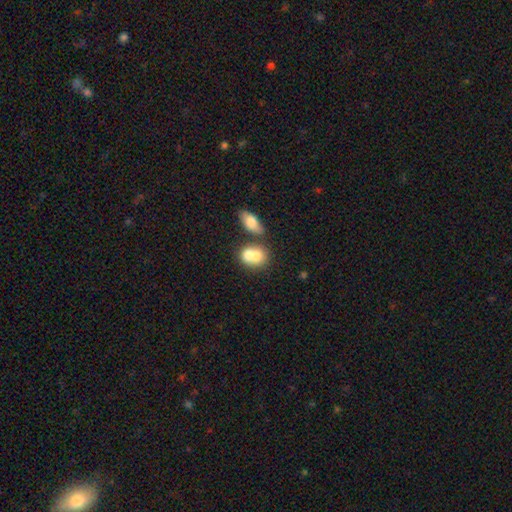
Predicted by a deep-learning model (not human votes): This is likely a smooth galaxy (74%). How rounded: possibly in between (51%). Merging: likely merger (63%).